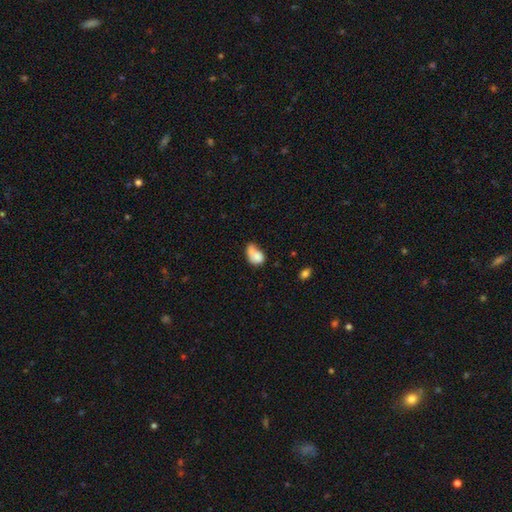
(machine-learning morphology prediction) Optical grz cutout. It shows a smooth galaxy with no disk features (76%) that is in between round and cigar-shaped (79%). Merging: minor disturbance (27%).